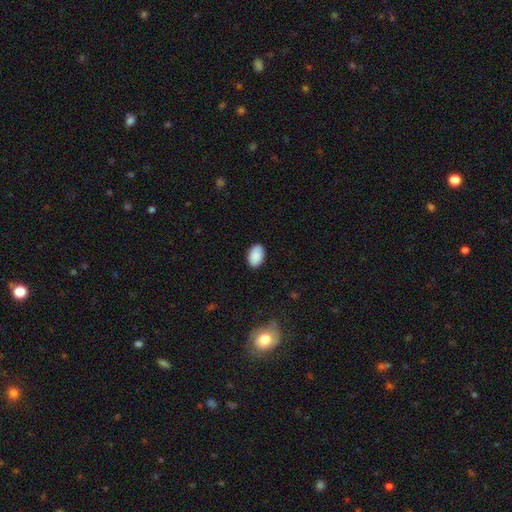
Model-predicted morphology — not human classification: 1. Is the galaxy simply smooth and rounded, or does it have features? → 91% smooth, 7% star or artifact, 3% featured or disk.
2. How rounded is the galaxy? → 92% in between, 7% round, 1% cigar-shaped.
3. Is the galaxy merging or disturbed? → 89% none, 8% minor disturbance, 2% major disturbance, 1% merger.